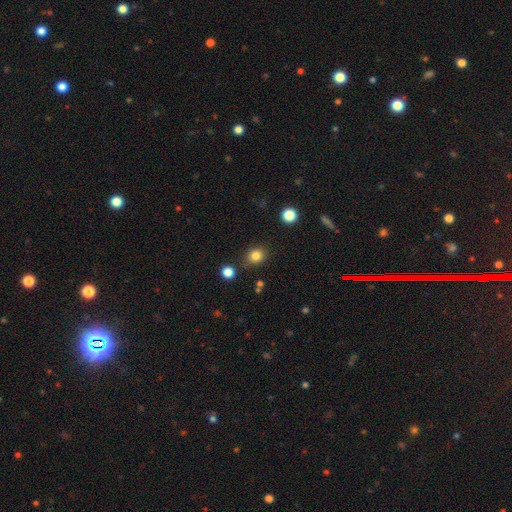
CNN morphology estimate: Smooth or featured?
  - smooth: 83% *
  - star or artifact: 12%
  - featured or disk: 5%
How rounded?
  - round: 74% *
  - in between: 25%
  - cigar-shaped: 1%
Merging?
  - none: 83% *
  - minor disturbance: 10%
  - merger: 4%
  - major disturbance: 3%